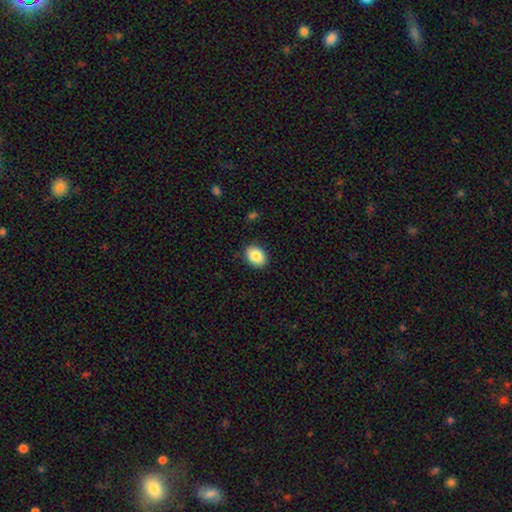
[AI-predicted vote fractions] The model was most divided on "how rounded": in between: 70%, round: 29%, cigar-shaped: 1%. More confident: merging — none (88%); smooth or featured — smooth (86%).